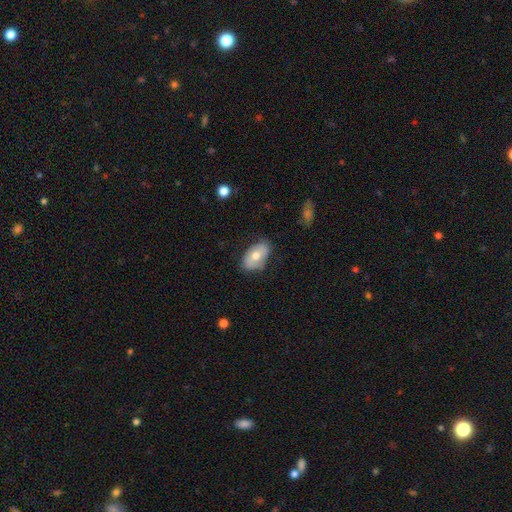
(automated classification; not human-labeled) smooth 64%, featured or disk 30%, star or artifact 7%. Down the decision tree: how rounded — in between (90%); merging — none (73%).